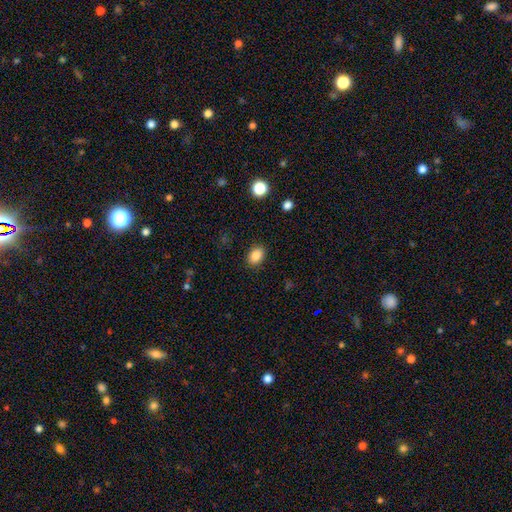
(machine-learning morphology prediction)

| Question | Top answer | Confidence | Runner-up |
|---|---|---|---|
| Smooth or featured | smooth | 86% | star or artifact (9%) |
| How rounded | in between | 73% | round (26%) |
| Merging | none | 88% | minor disturbance (9%) |